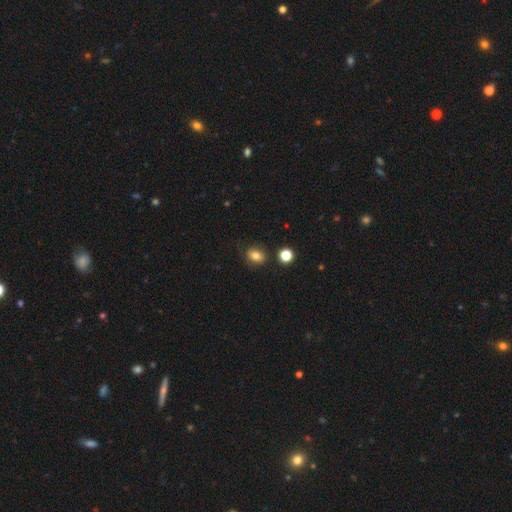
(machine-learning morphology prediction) A smooth galaxy with no disk features (80%) that is in between round and cigar-shaped (52%). Merging: none (81%).